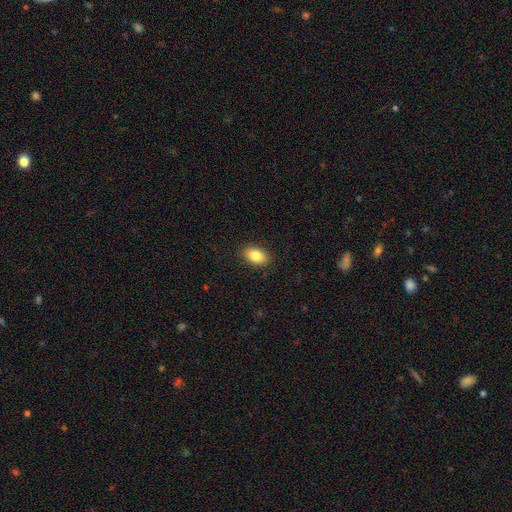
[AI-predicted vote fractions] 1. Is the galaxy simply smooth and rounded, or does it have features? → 85% smooth, 8% star or artifact, 7% featured or disk.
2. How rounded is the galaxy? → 88% in between, 10% round, 1% cigar-shaped.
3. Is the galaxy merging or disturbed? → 89% none, 8% minor disturbance, 2% major disturbance, 1% merger.